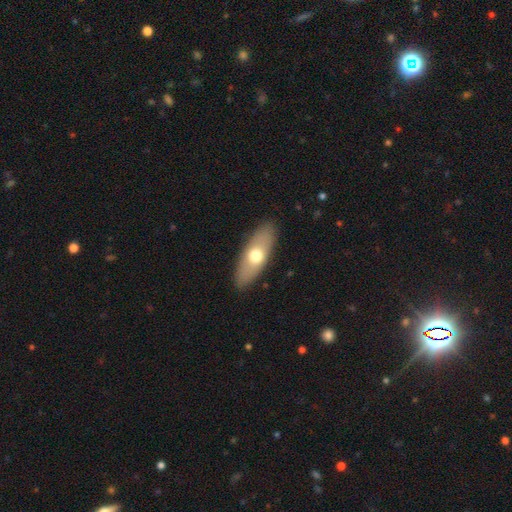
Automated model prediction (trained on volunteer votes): smooth 58%, featured or disk 36%, star or artifact 6%. Down the decision tree: how rounded — in between (70%); merging — none (89%).